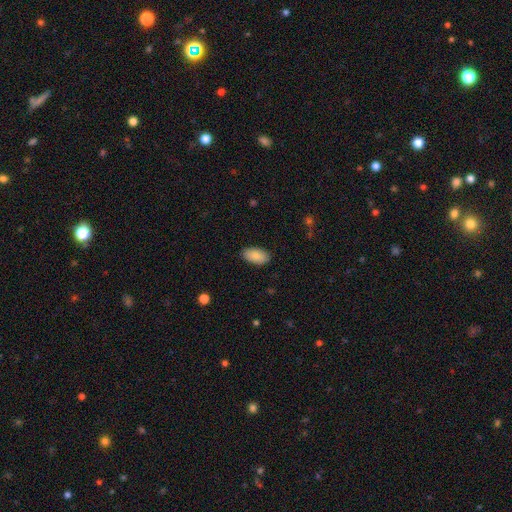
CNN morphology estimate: Smooth or featured? smooth (86%)
How rounded? in between (95%)
Merging? none (88%)